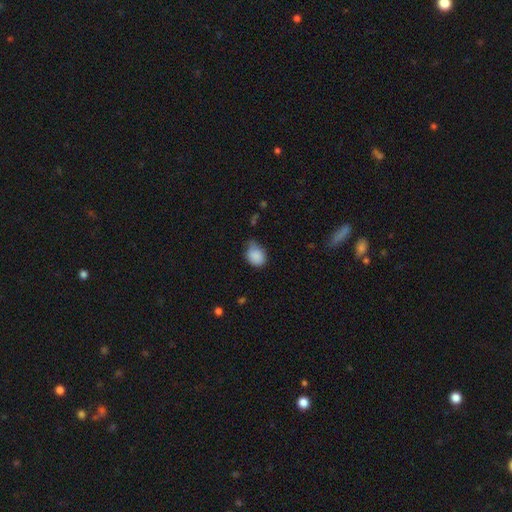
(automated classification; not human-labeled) This is clearly a smooth galaxy (86%). How rounded: possibly in between (51%). Merging: marginally none (44%).